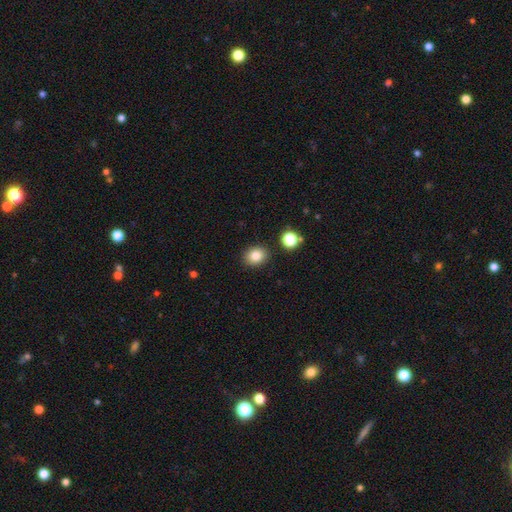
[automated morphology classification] The model was most divided on "how rounded": round: 57%, in between: 42%, cigar-shaped: 1%. More confident: merging — none (87%); smooth or featured — smooth (83%).